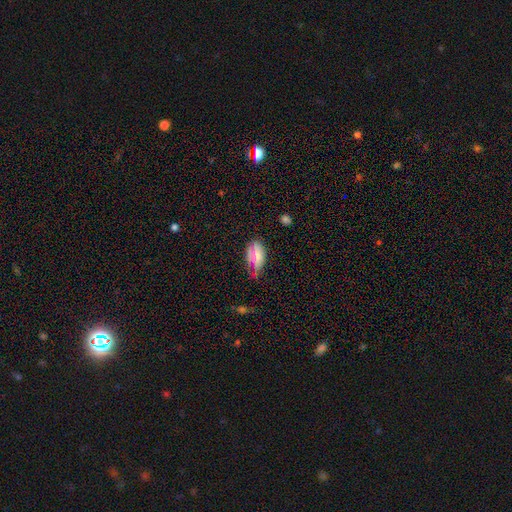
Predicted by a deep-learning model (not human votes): A smooth galaxy with no disk features (73%) that is in between round and cigar-shaped (92%). Merging: minor disturbance (45%).